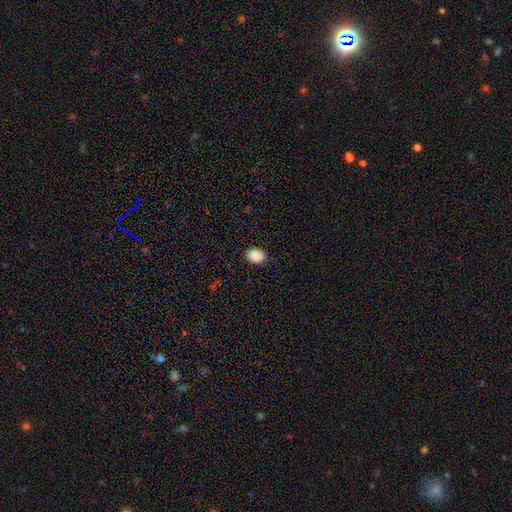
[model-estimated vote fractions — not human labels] This is clearly a smooth galaxy (89%). How rounded: likely in between (69%). Merging: clearly none (89%).